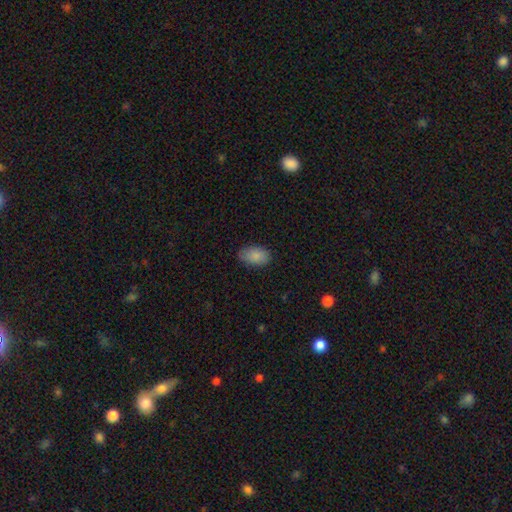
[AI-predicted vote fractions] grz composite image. It shows a smooth galaxy with no disk features (86%) that is in between round and cigar-shaped (92%). Merging: none (81%).